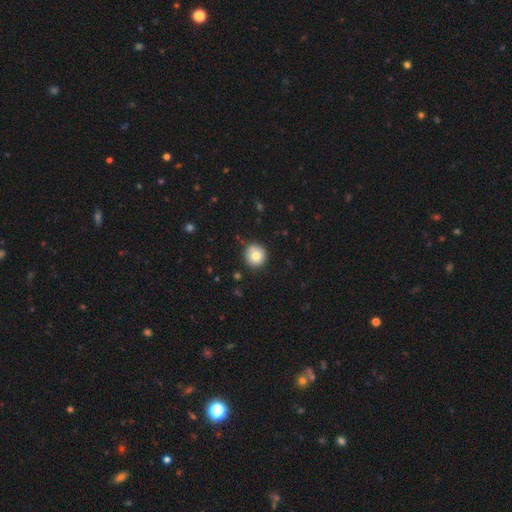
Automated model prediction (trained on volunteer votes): Smooth or featured: smooth — 79% (featured or disk — 11%)
How rounded: round — 94% (in between — 5%)
Merging: none — 85% (minor disturbance — 10%)